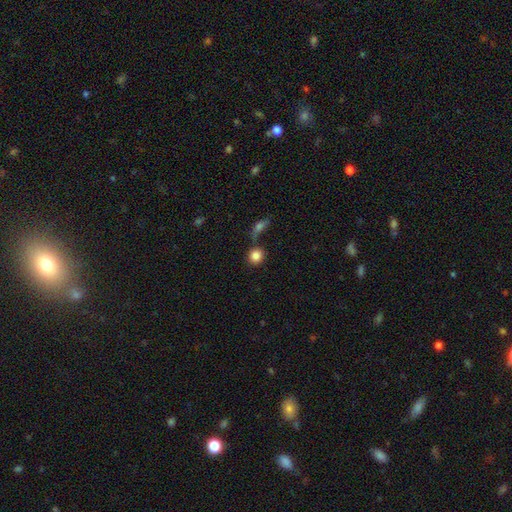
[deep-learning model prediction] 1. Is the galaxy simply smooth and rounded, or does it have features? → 84% smooth, 9% star or artifact, 7% featured or disk.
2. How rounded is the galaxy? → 87% round, 12% in between, 1% cigar-shaped.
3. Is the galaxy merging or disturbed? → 64% none, 19% merger, 11% minor disturbance, 5% major disturbance.